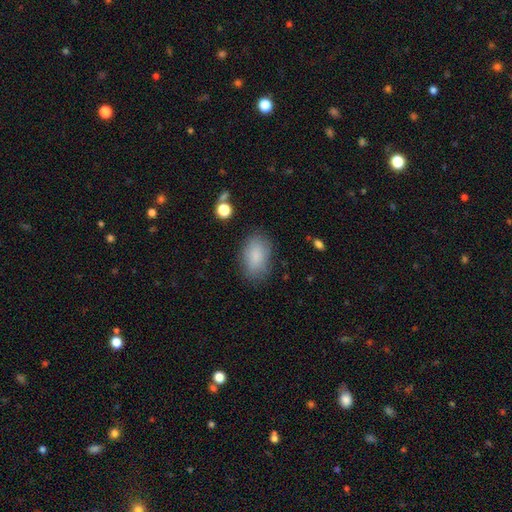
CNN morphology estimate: A smooth galaxy with no disk features (85%) that is in between round and cigar-shaped (91%). Merging: none (80%).